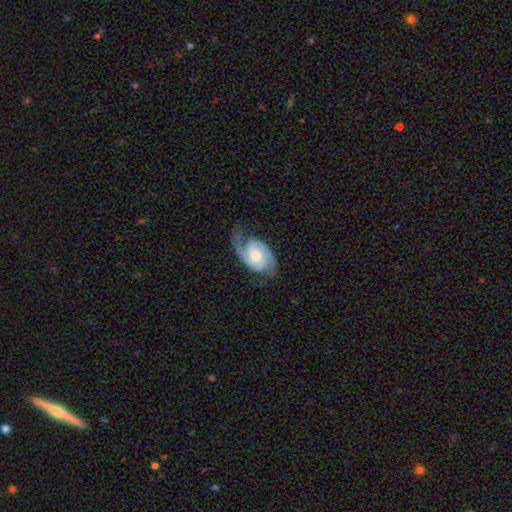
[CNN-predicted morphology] The model was most divided on "spiral winding": medium: 46%, tight: 32%, loose: 22%. More confident: edge-on disk — no (97%); spiral arms — yes (97%); spiral arm count — 2 (89%); smooth or featured — featured or disk (86%); bar — no (67%); merging — none (65%); bulge size — moderate (57%).